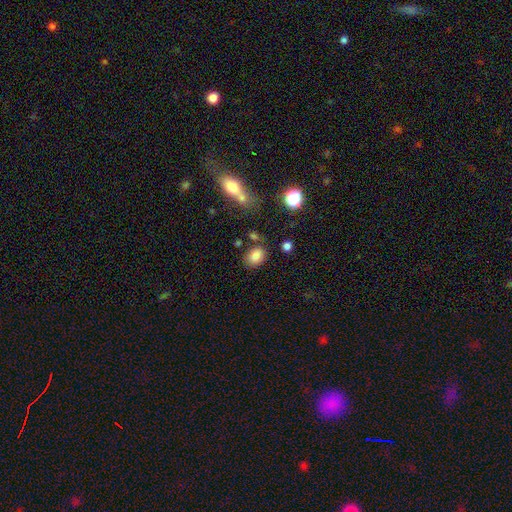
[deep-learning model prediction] smooth_or_featured: smooth (p=0.83) [alt: star or artifact p=0.11]
how_rounded: in between (p=0.67) [alt: round p=0.32]
merging: none (p=0.75) [alt: minor disturbance p=0.14]